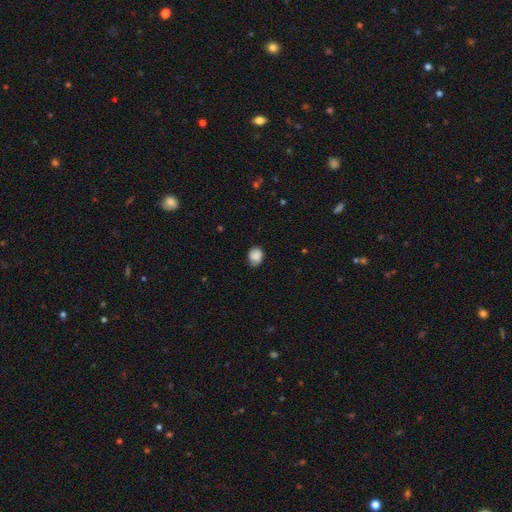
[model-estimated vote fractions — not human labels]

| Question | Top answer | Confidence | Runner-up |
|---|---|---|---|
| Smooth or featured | smooth | 85% | star or artifact (8%) |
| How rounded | round | 59% | in between (40%) |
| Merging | none | 66% | minor disturbance (27%) |